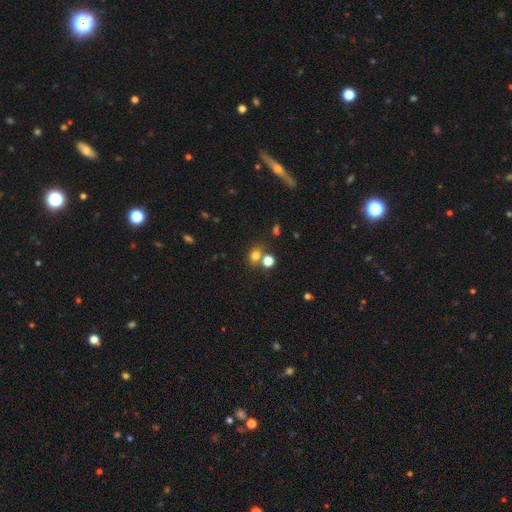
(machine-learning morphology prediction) The model was most divided on "how rounded": round: 58%, in between: 41%, cigar-shaped: 1%. More confident: smooth or featured — smooth (74%); merging — none (60%).